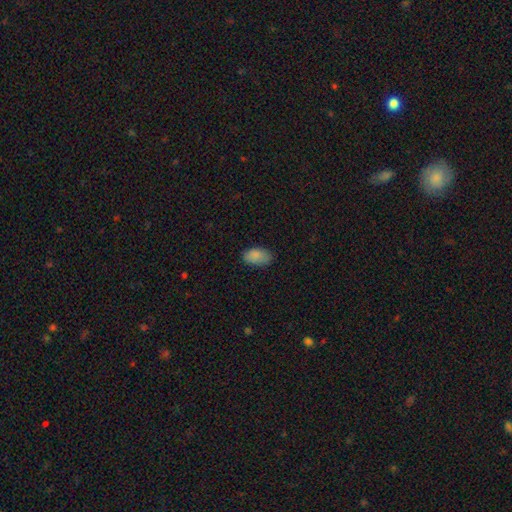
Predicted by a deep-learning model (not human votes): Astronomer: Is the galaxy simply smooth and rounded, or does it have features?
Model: smooth — 87%.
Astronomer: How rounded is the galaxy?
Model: in between — 94%.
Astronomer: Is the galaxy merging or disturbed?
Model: none — 81%.